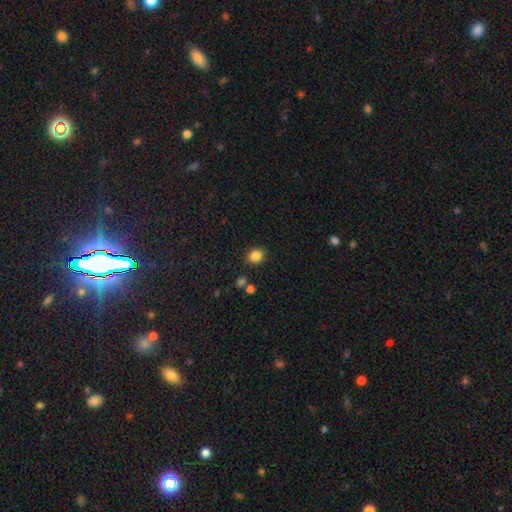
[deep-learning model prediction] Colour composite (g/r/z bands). It shows a smooth galaxy with no disk features (84%) that is round (71%). Merging: none (85%).